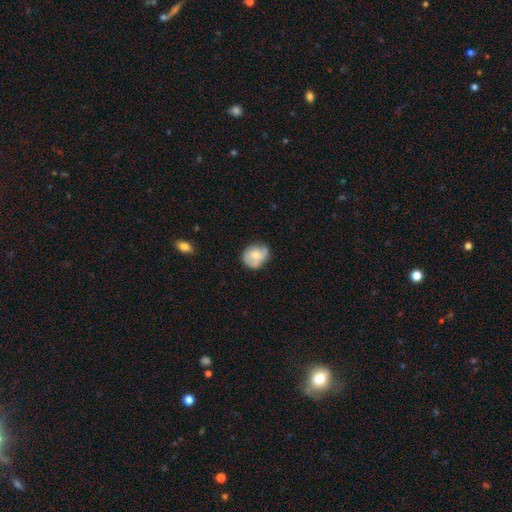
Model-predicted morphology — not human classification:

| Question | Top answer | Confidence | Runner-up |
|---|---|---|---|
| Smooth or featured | smooth | 59% | featured or disk (33%) |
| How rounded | round | 67% | in between (33%) |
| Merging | none | 56% | minor disturbance (33%) |